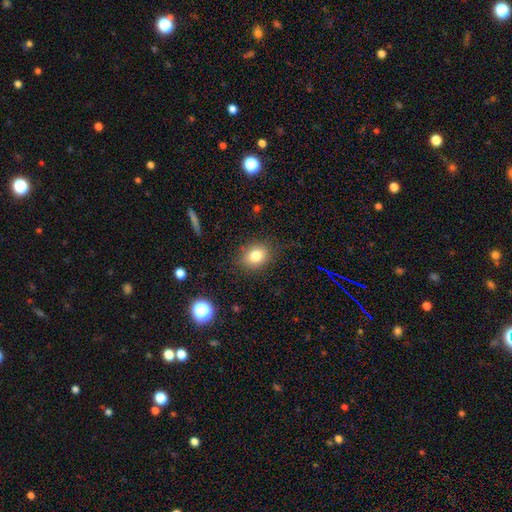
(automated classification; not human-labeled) Overall: smooth (81%). How rounded: in between (52%; round 47%). Merging: none (83%).